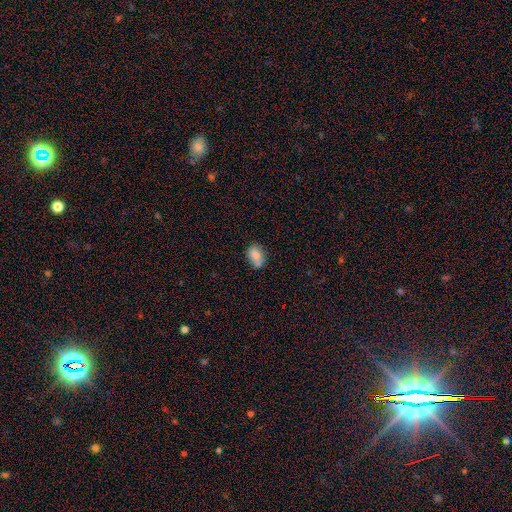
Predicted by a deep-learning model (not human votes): A smooth galaxy with no disk features (75%) that is in between round and cigar-shaped (71%). Merging: none (50%).